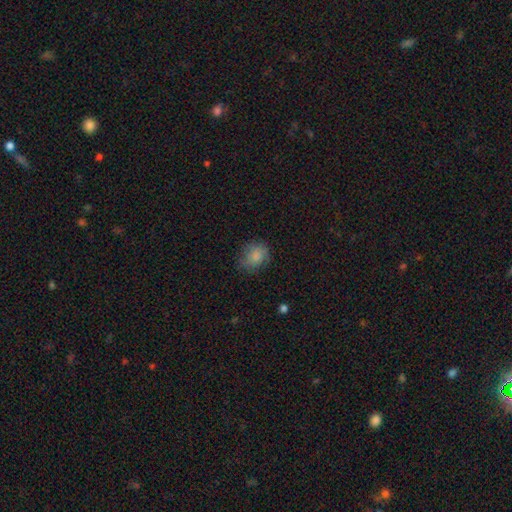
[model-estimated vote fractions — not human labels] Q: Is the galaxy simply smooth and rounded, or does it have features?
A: smooth — 77%.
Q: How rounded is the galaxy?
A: round — 61%.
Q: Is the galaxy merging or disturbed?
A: none — 69%.